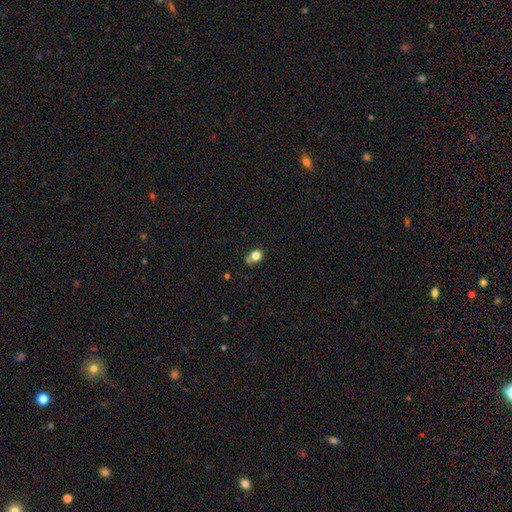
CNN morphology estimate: Smooth or featured? Predicted: smooth (p=0.79). How rounded? Predicted: round (p=0.69). Merging? Predicted: none (p=0.56).